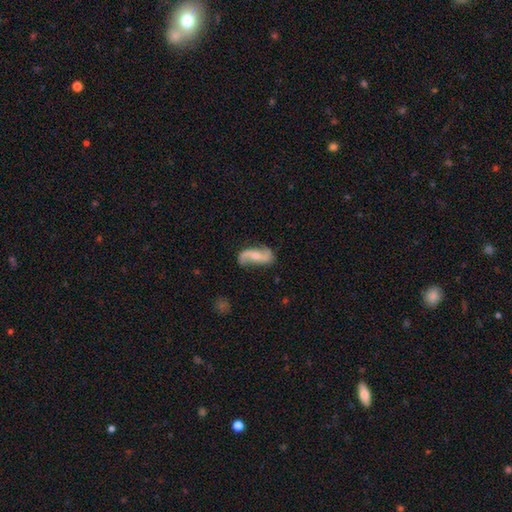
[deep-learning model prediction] Smooth or featured? featured or disk (82%)
Edge-on disk? no (95%)
Bar? no (49%)
Spiral arms? yes (95%)
Spiral winding? loose (82%)
Spiral arm count? 2 (93%)
Bulge size? small (48%)
Merging? none (75%)